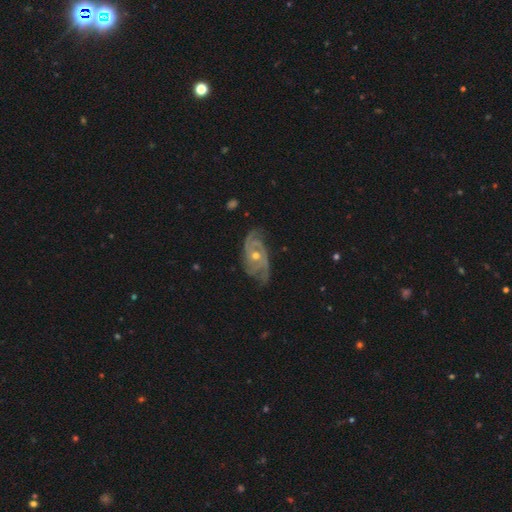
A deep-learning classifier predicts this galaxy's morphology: Smooth or featured? featured or disk (89%)
Edge-on disk? no (95%)
Bar? no (73%)
Spiral arms? yes (97%)
Spiral winding? tight (56%)
Spiral arm count? 2 (35%)
Bulge size? moderate (58%)
Merging? none (71%)